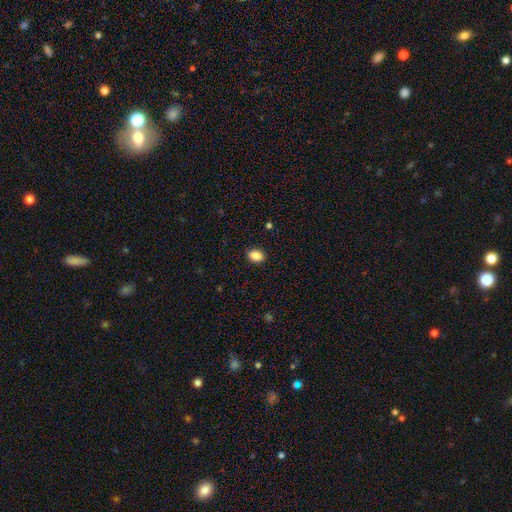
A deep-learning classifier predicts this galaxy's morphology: The model was most divided on "how rounded": in between: 71%, round: 28%, cigar-shaped: 1%. More confident: merging — none (90%); smooth or featured — smooth (87%).